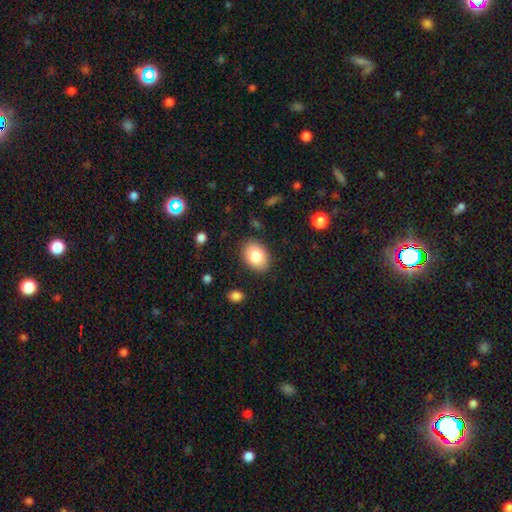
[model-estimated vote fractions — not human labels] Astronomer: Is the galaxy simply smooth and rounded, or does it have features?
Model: smooth — 81%.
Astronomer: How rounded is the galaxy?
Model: in between — 77%.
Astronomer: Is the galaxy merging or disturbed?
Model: none — 86%.